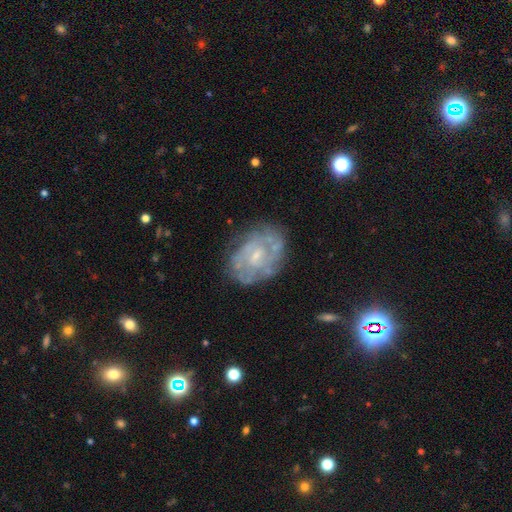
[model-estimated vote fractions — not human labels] Overall: featured or disk (76%). Edge-on disk: no (97%). Bar: no (54%; weak 39%). Spiral arms: yes (69%; no 31%). Spiral arm count: can't tell (54%; 2 23%). Spiral winding: tight (54%; medium 33%). Bulge size: small (61%; moderate 27%). Merging: none (70%).